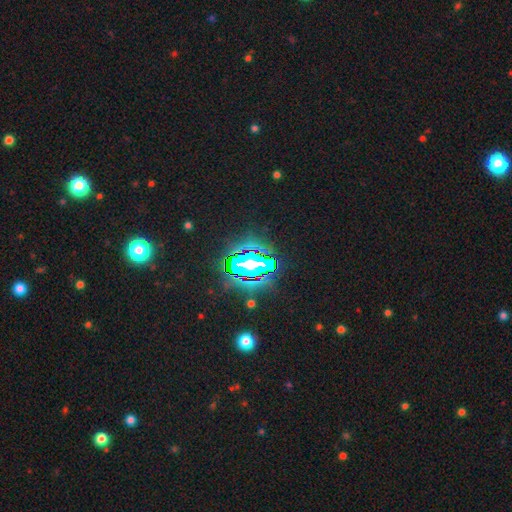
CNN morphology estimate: Smooth or featured?
  - star or artifact: 79% *
  - smooth: 11%
  - featured or disk: 10%